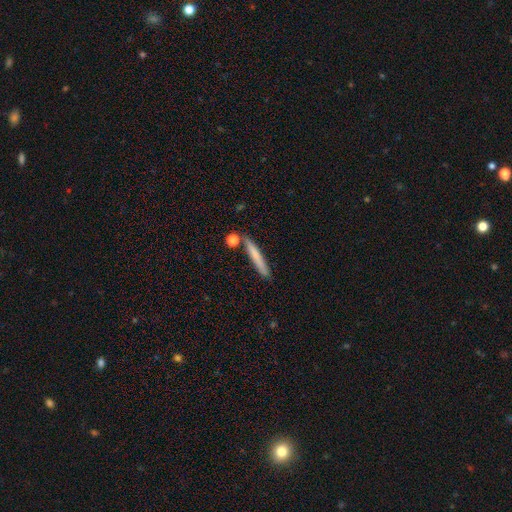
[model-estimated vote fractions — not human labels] A smooth galaxy with no disk features (72%) that is cigar-shaped (94%). Merging: none (79%).